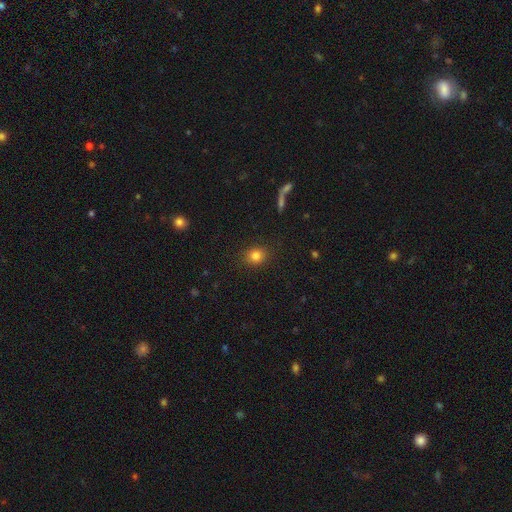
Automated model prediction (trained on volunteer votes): This appears to be a smooth galaxy with no disk features (83%) that is round (75%). Merging: none (88%).